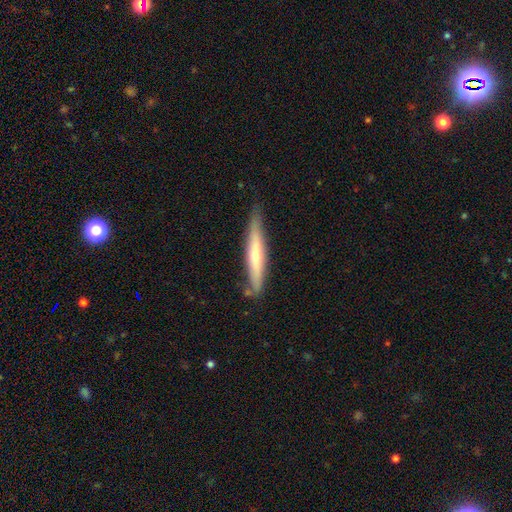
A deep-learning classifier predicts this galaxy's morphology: Q: Smooth or featured?
A: smooth (48%); runner-up: featured or disk (46%)
Q: Merging?
A: none (76%); runner-up: minor disturbance (18%)